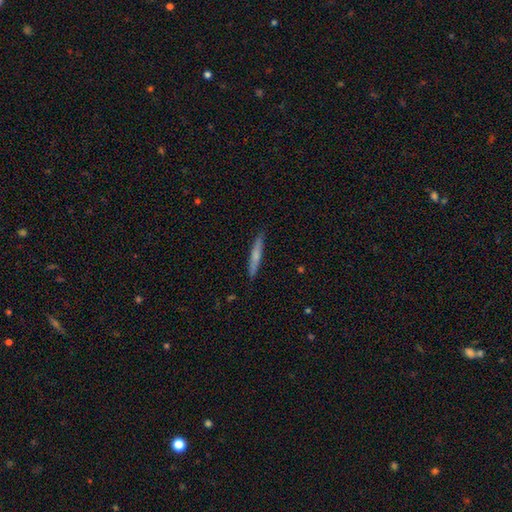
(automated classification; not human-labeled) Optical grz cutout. It shows a smooth galaxy with no disk features (58%) that is cigar-shaped (95%). Merging: none (90%).